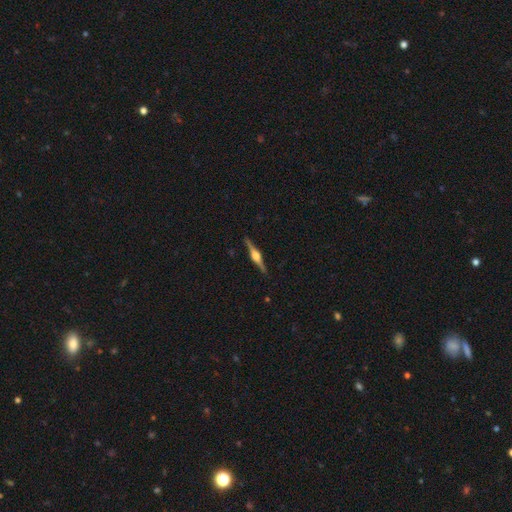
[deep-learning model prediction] A featured or disk galaxy (85%) viewed edge-on (98%) with a rounded central bulge (92%). Merging: none (91%).